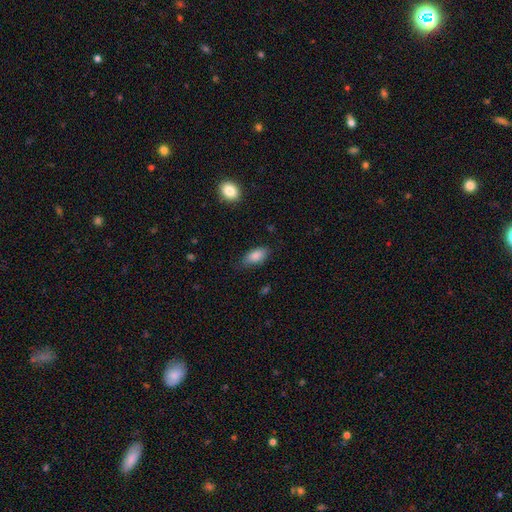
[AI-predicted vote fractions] smooth-or-featured: smooth: 86% | star or artifact: 7% | featured or disk: 6%
  how-rounded: in between: 90% | cigar-shaped: 7% | round: 3%
  merging: none: 77% | minor disturbance: 18% | major disturbance: 4% | merger: 1%